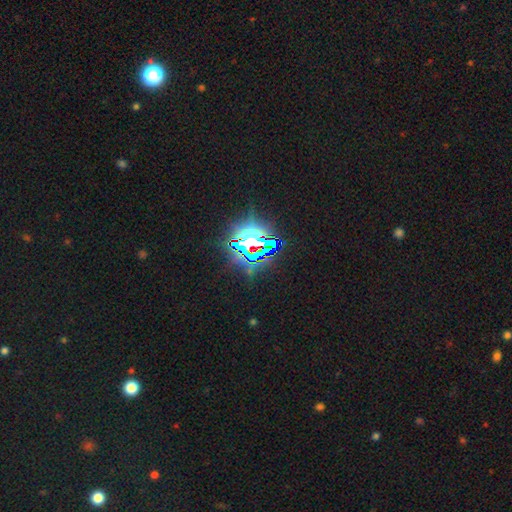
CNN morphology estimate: Smooth or featured: star or artifact — 80% (smooth — 11%)